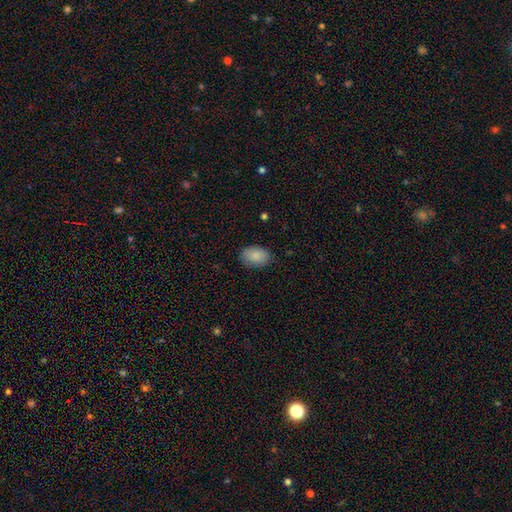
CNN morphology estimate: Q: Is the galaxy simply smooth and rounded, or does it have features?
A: smooth — 88%.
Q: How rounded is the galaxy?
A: in between — 87%.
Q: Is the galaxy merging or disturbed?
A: none — 84%.